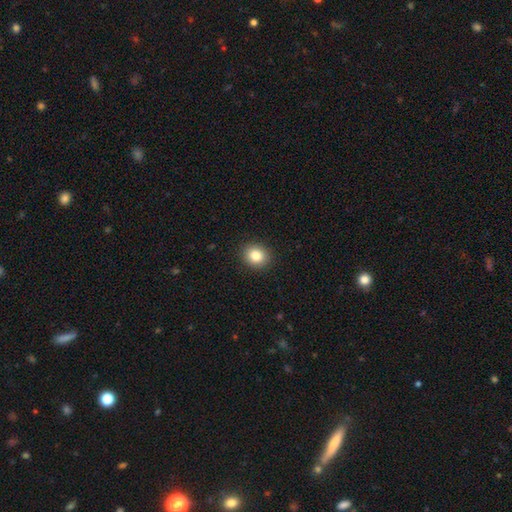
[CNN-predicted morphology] smooth_or_featured: smooth (p=0.84) [alt: star or artifact p=0.10]
how_rounded: round (p=0.71) [alt: in between p=0.28]
merging: none (p=0.91) [alt: minor disturbance p=0.06]